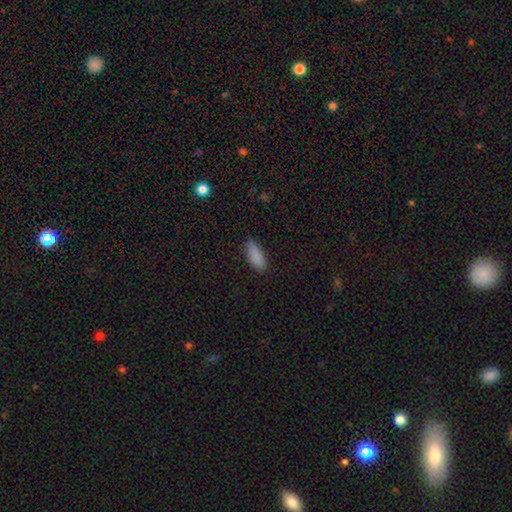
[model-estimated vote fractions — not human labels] This is clearly a smooth galaxy (88%). How rounded: likely in between (79%). Merging: clearly none (82%).